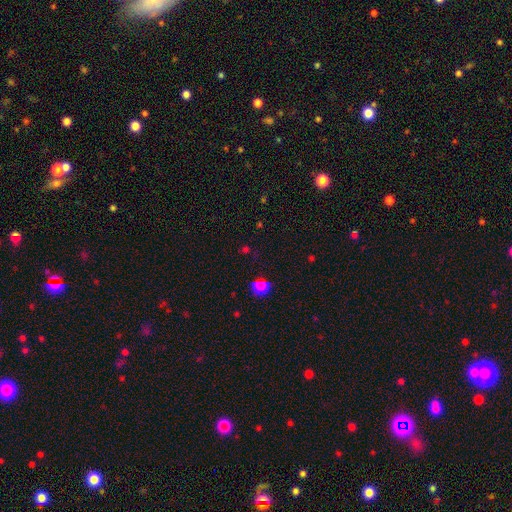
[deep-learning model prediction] smooth 53%, star or artifact 41%, featured or disk 7%. Down the decision tree: how rounded — round (76%); merging — none (77%).